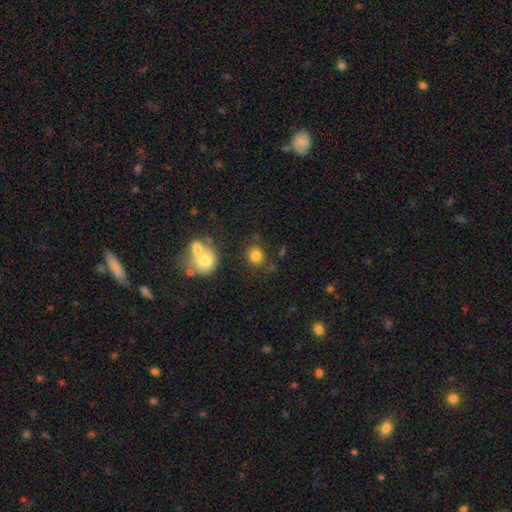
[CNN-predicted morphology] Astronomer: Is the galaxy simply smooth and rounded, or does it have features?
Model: smooth — 81%.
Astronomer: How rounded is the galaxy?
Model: round — 75%.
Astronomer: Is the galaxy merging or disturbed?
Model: none — 71%.